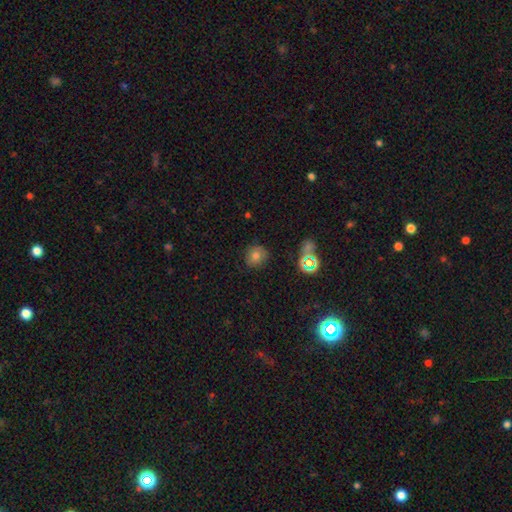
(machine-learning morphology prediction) A smooth galaxy with no disk features (69%) that is round (84%).

Vote fractions:
- Smooth or featured? smooth: 69% / star or artifact: 20% / featured or disk: 11%
- How rounded? round: 84% / in between: 15% / cigar-shaped: 1%
- Merging? none: 82% / minor disturbance: 12% / major disturbance: 3% / merger: 2%